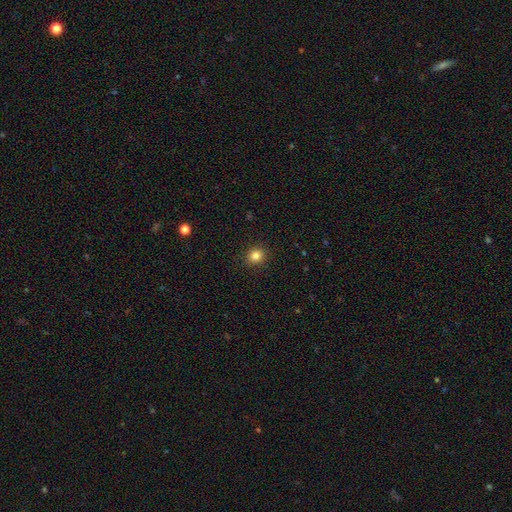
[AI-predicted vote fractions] Q: Smooth or featured?
A: smooth (84%); runner-up: star or artifact (12%)
Q: How rounded?
A: round (84%); runner-up: in between (15%)
Q: Merging?
A: none (91%); runner-up: minor disturbance (6%)